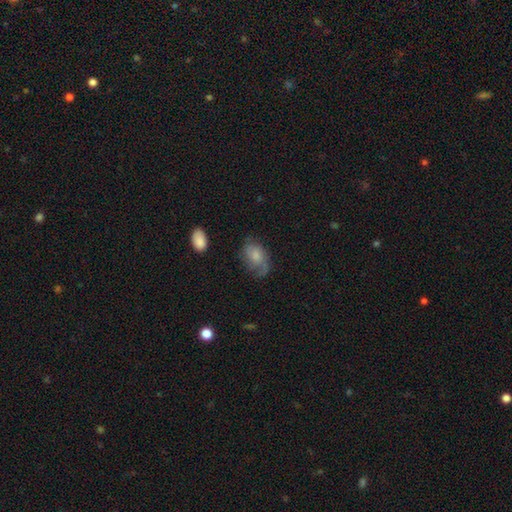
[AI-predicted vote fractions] smooth_or_featured: smooth (p=0.58) [alt: featured or disk p=0.34]
how_rounded: in between (p=0.84) [alt: round p=0.14]
merging: none (p=0.49) [alt: minor disturbance p=0.30]